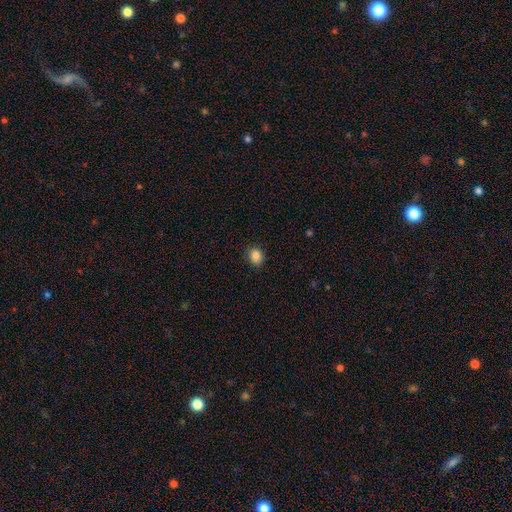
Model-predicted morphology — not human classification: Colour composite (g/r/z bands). It shows a smooth galaxy with no disk features (85%) that is round (64%). Merging: none (87%).